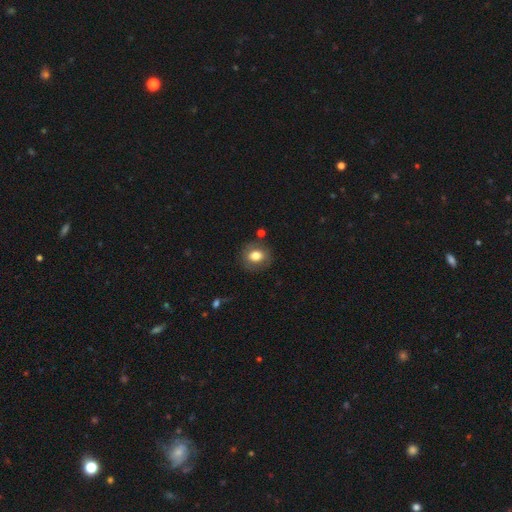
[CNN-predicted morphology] Smooth or featured? smooth (75%)
How rounded? round (63%)
Merging? none (80%)